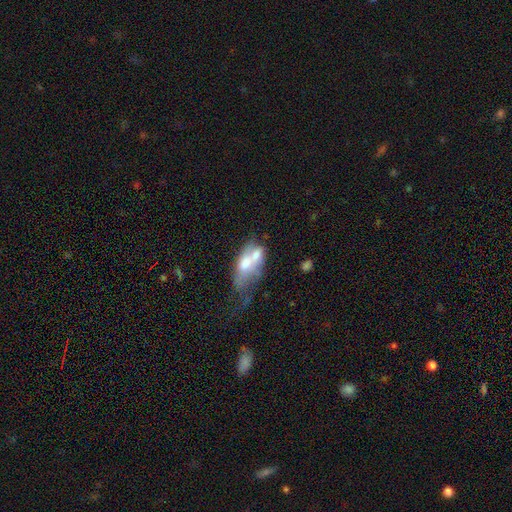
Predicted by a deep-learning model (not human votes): Smooth or featured?
  - smooth: 51% *
  - featured or disk: 41%
  - star or artifact: 9%
How rounded?
  - in between: 81% *
  - cigar-shaped: 10%
  - round: 8%
Merging?
  - merger: 57% *
  - major disturbance: 18%
  - none: 14%
  - minor disturbance: 11%